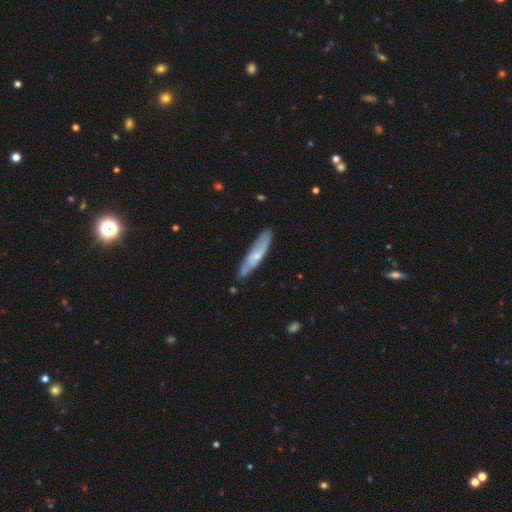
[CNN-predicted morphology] Smooth or featured?
  - smooth: 48% *
  - featured or disk: 46%
  - star or artifact: 6%
Merging?
  - none: 74% *
  - minor disturbance: 20%
  - major disturbance: 3%
  - merger: 3%